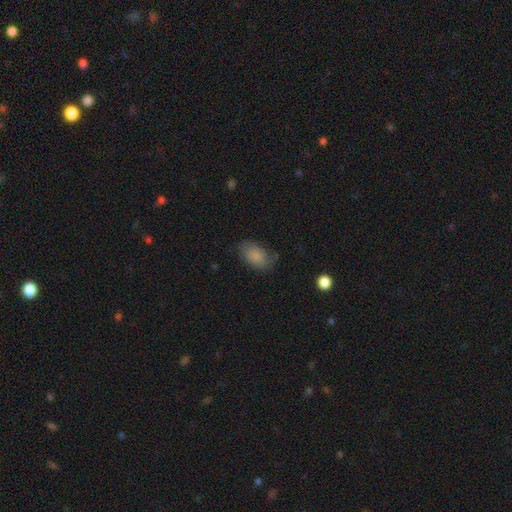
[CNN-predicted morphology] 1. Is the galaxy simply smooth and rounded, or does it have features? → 82% smooth, 11% featured or disk, 8% star or artifact.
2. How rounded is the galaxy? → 91% in between, 8% round, 1% cigar-shaped.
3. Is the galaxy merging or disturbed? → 67% none, 24% minor disturbance, 8% major disturbance, 2% merger.